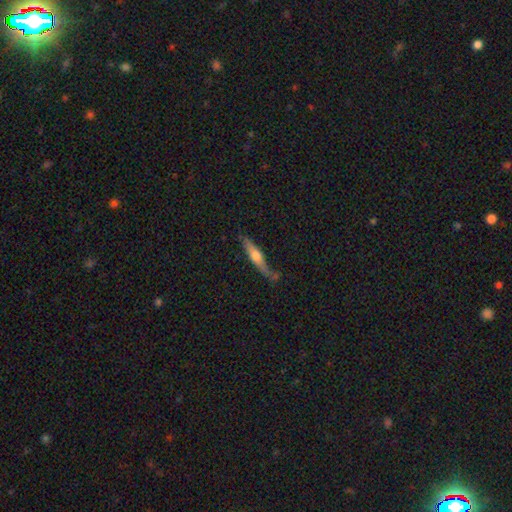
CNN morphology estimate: type=featured or disk (53%); edge-on=yes (93%); merging=none (70%).